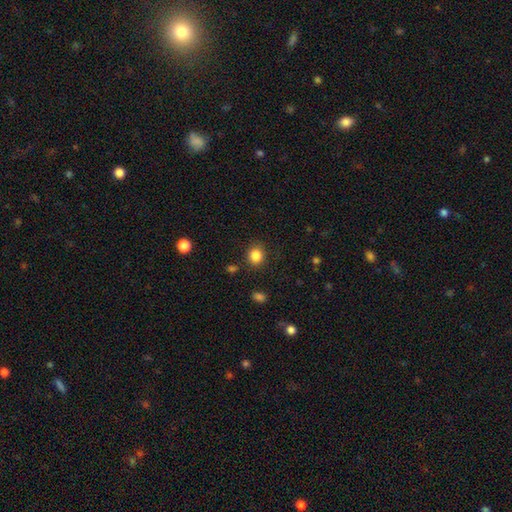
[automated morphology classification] The model was most divided on "how rounded": round: 82%, in between: 18%, cigar-shaped: 1%. More confident: merging — none (86%); smooth or featured — smooth (85%).